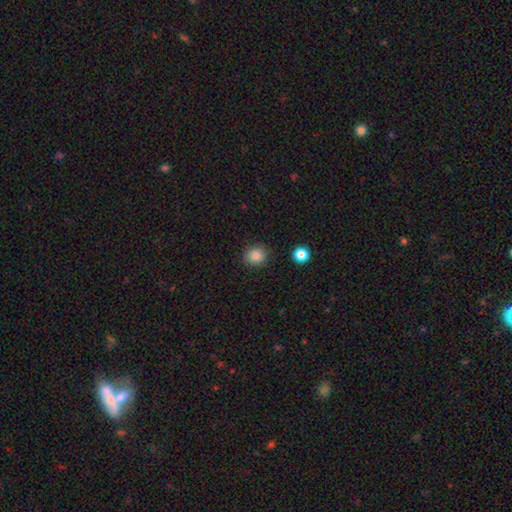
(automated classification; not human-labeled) This appears to be a smooth galaxy with no disk features (85%) that is round (86%). Merging: none (88%).